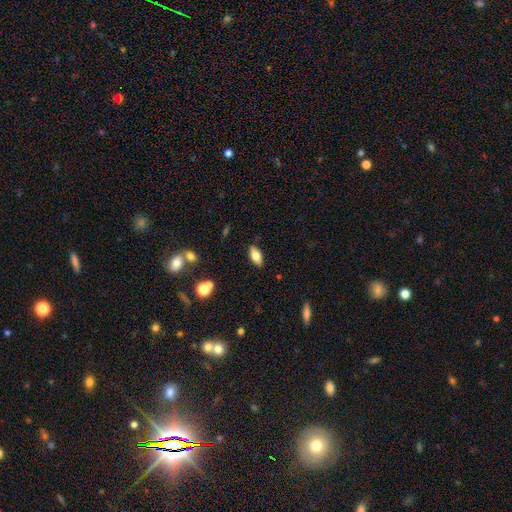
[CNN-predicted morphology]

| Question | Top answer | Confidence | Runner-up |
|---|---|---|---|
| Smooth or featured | smooth | 71% | featured or disk (21%) |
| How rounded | in between | 85% | cigar-shaped (11%) |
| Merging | none | 86% | minor disturbance (10%) |